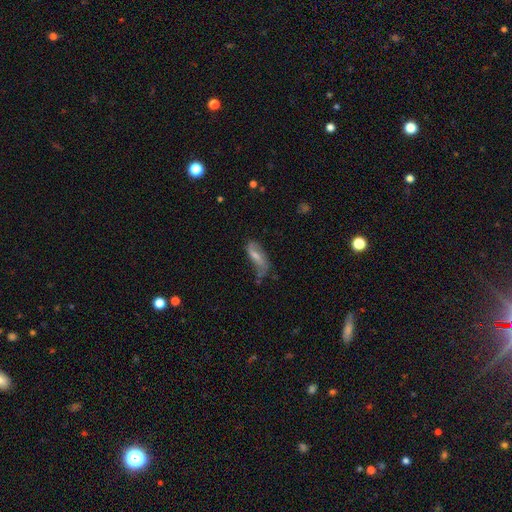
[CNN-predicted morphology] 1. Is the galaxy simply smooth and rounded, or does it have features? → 50% featured or disk, 38% smooth, 12% star or artifact.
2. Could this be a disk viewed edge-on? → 80% no, 20% yes.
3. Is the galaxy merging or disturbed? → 44% none, 31% minor disturbance, 21% major disturbance, 5% merger.